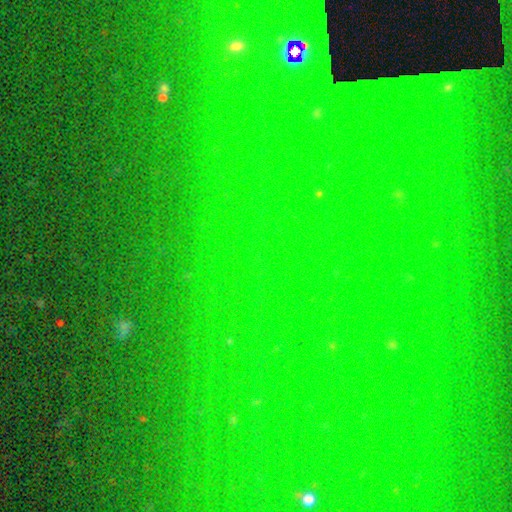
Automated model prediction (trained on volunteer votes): star or artifact 80%, smooth 12%, featured or disk 8%.